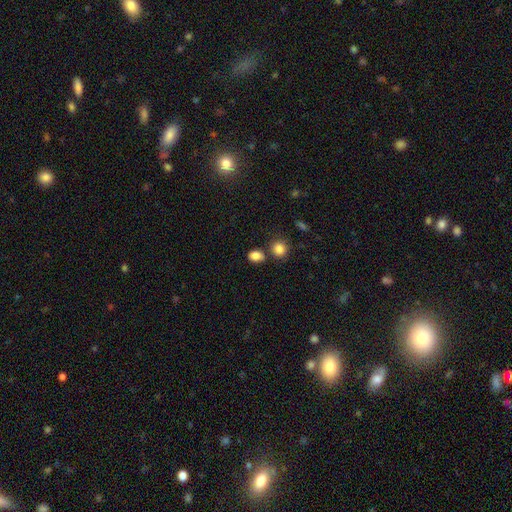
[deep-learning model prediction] This is clearly a smooth galaxy (84%). How rounded: possibly in between (56%). Merging: likely none (68%).